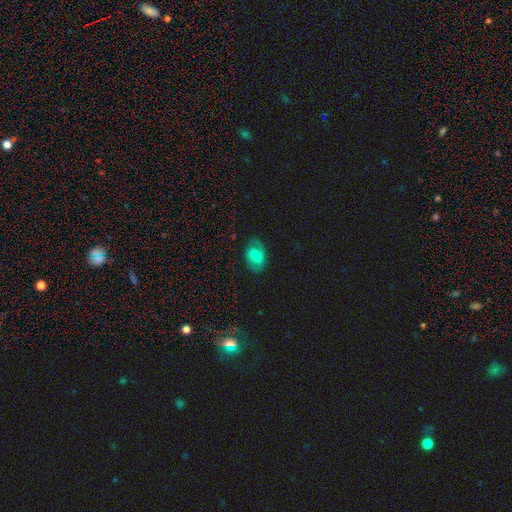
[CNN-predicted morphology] This appears to be a smooth galaxy with no disk features (47%). Merging: none (73%).